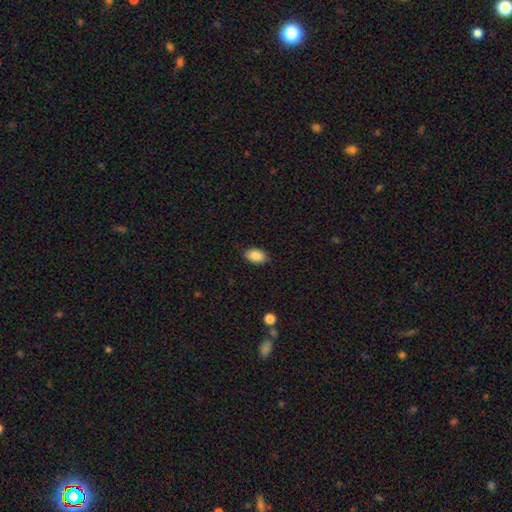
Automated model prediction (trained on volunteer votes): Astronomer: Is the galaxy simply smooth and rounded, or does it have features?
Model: smooth — 88%.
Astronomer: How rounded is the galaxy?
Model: in between — 90%.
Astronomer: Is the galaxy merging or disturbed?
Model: none — 84%.